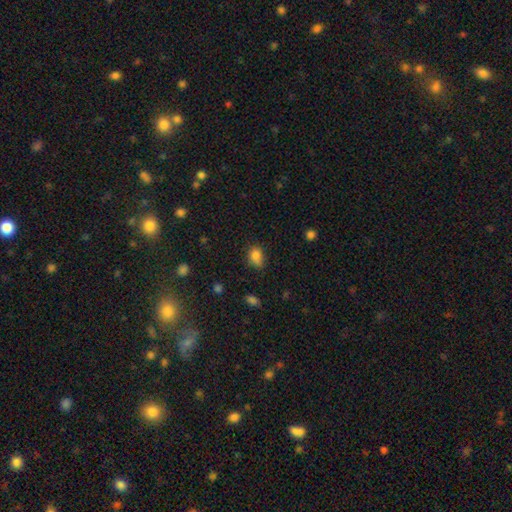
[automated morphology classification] smooth_or_featured: smooth (p=0.83) [alt: star or artifact p=0.11]
how_rounded: in between (p=0.67) [alt: round p=0.32]
merging: none (p=0.58) [alt: minor disturbance p=0.31]